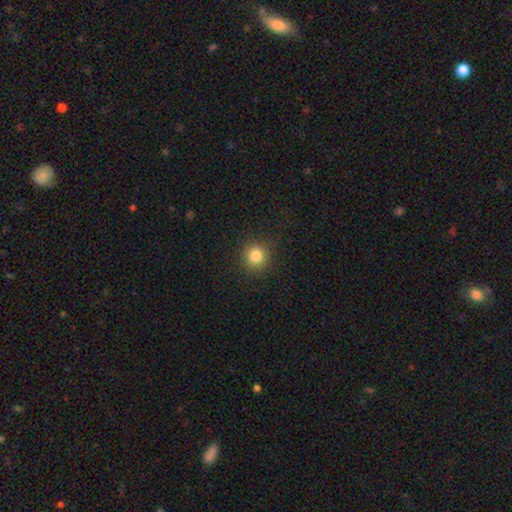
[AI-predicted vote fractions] Smooth or featured? smooth (82%)
How rounded? round (92%)
Merging? none (89%)